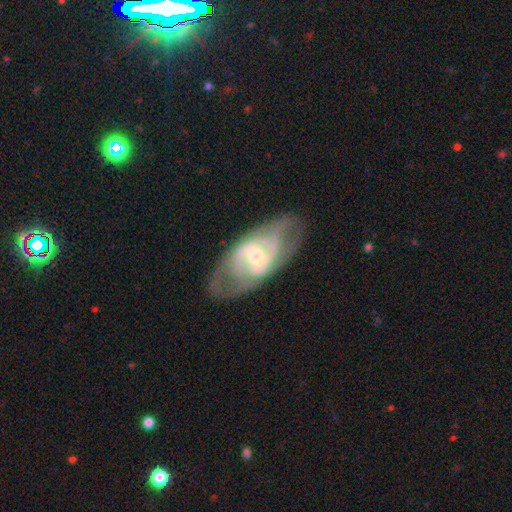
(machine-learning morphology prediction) This is clearly a featured or disk galaxy (80%). It is clearly not viewed edge-on (92%). Bar: possibly weak (46%). Spiral arm pattern: clearly yes (85%). Spiral arm count: possibly 2 (56%). Spiral winding: marginally medium (43%). Central bulge: possibly small (52%). Merging: likely none (72%).